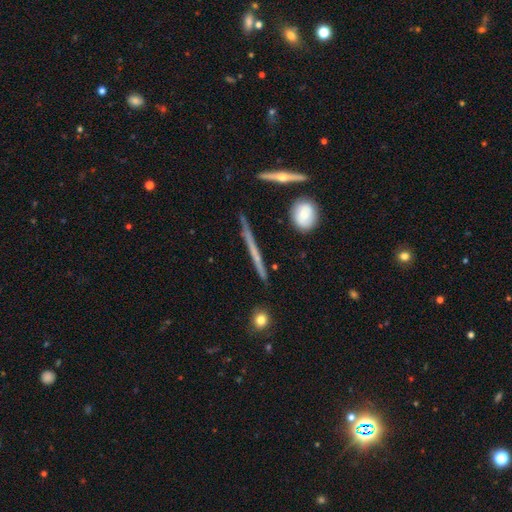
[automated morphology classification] Smooth or featured: featured or disk — 58% (smooth — 30%)
Edge-on disk: yes — 96% (no — 4%)
Edge-on bulge: none — 65% (rounded — 27%)
Merging: none — 88% (minor disturbance — 8%)